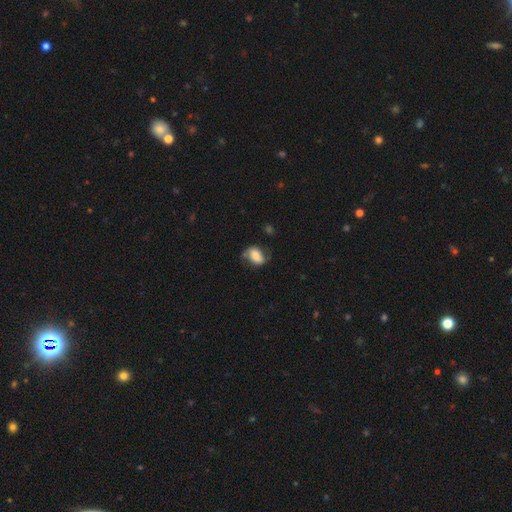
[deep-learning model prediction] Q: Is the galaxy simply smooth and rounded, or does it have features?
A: smooth — 64%.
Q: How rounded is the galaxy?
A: in between — 83%.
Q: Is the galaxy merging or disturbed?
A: none — 54%.